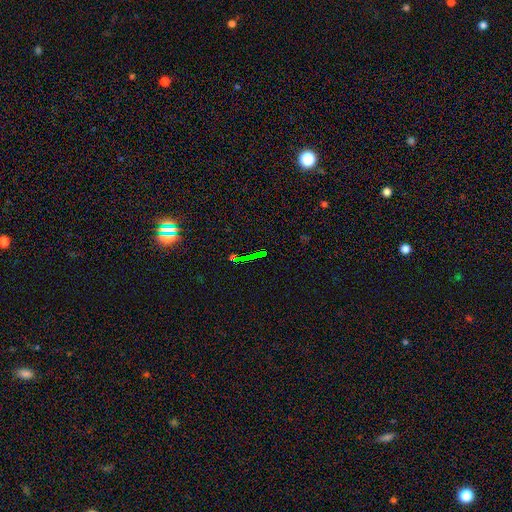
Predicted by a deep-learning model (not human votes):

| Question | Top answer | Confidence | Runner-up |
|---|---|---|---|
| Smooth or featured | star or artifact | 73% | smooth (15%) |